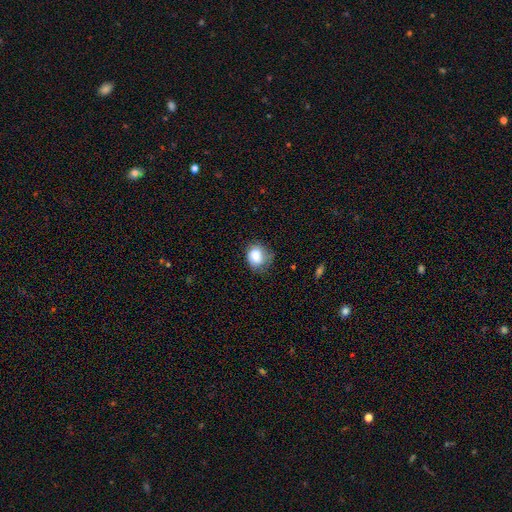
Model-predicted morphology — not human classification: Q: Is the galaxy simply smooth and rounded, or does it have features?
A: smooth — 79%.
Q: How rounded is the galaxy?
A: round — 57%.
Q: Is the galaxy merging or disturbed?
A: none — 51%.